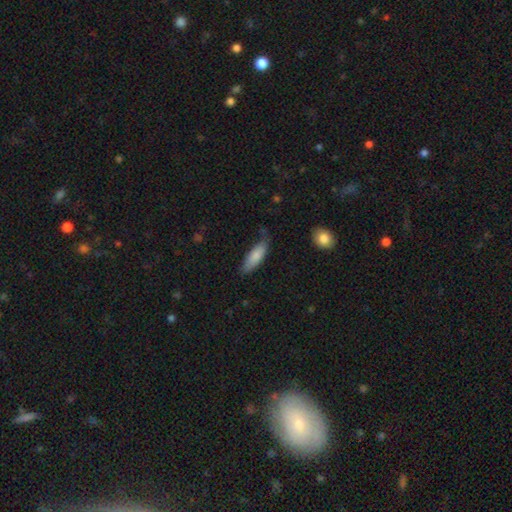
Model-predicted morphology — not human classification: smooth-or-featured: smooth: 82% | featured or disk: 12% | star or artifact: 6%
  how-rounded: in between: 60% | cigar-shaped: 39% | round: 2%
  merging: none: 66% | minor disturbance: 27% | major disturbance: 5% | merger: 2%